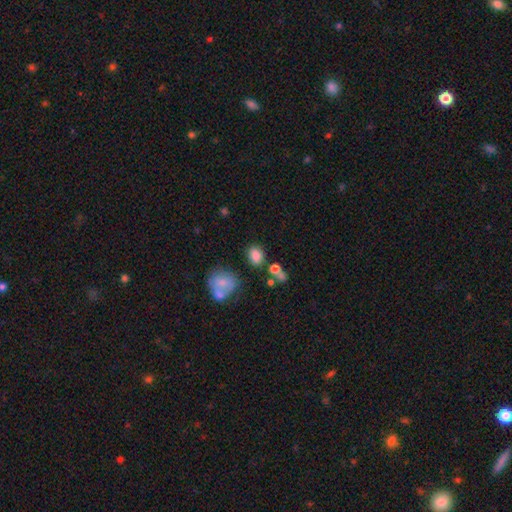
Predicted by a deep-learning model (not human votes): This appears to be a smooth galaxy with no disk features (82%) that is in between round and cigar-shaped (60%). Merging: none (67%).